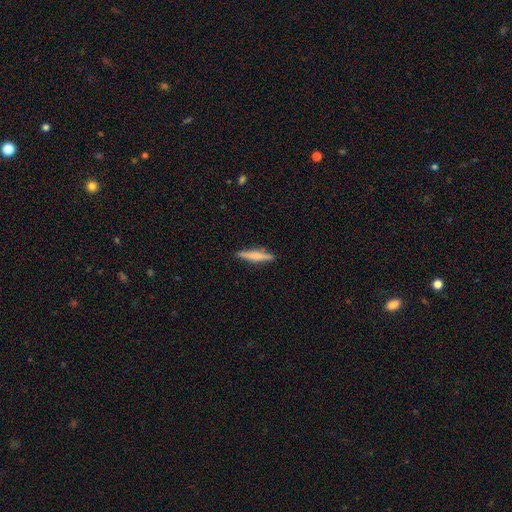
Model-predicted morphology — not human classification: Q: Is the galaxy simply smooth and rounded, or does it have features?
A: smooth — 61%.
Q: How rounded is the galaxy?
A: cigar-shaped — 88%.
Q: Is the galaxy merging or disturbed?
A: none — 89%.